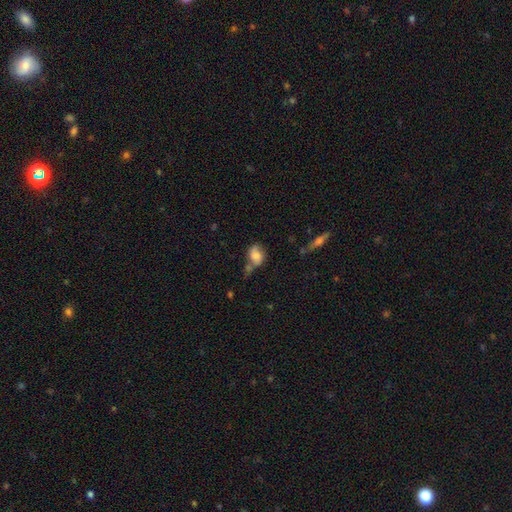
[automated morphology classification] smooth_or_featured: smooth (p=0.69) [alt: featured or disk p=0.21]
how_rounded: in between (p=0.67) [alt: round p=0.31]
merging: none (p=0.36) [alt: minor disturbance p=0.26]